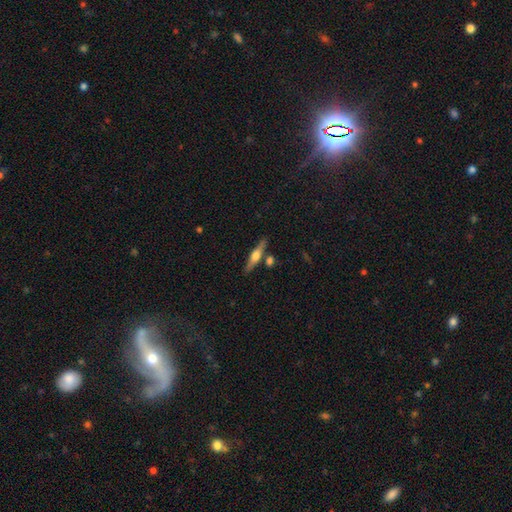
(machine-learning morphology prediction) This appears to be a featured or disk galaxy (60%) viewed edge-on (96%) with a rounded central bulge (89%). Merging: none (79%).